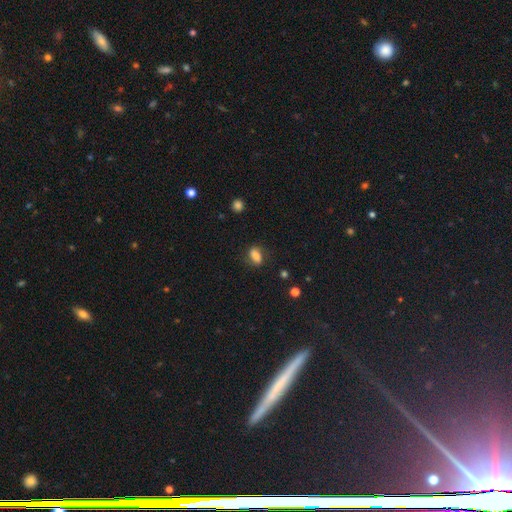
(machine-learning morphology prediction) smooth 74%, featured or disk 15%, star or artifact 10%. Down the decision tree: how rounded — in between (80%); merging — none (74%).